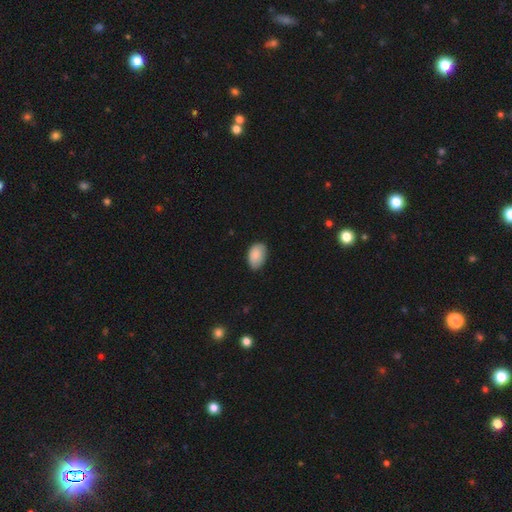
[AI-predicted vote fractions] The model was most divided on "merging": none: 73%, minor disturbance: 23%, major disturbance: 3%, merger: 1%. More confident: how rounded — in between (90%); smooth or featured — smooth (87%).